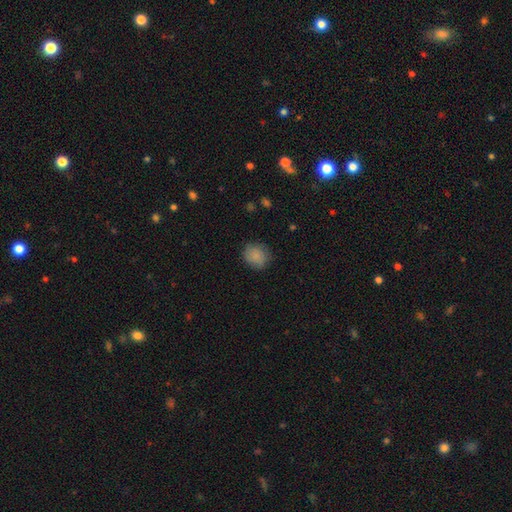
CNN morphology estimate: A smooth galaxy with no disk features (85%) that is round (77%). Merging: none (80%).